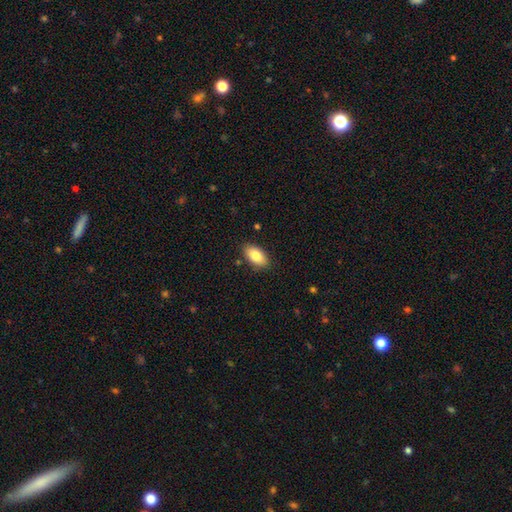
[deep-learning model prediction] This is clearly a smooth galaxy (82%). How rounded: clearly in between (93%). Merging: clearly none (86%).